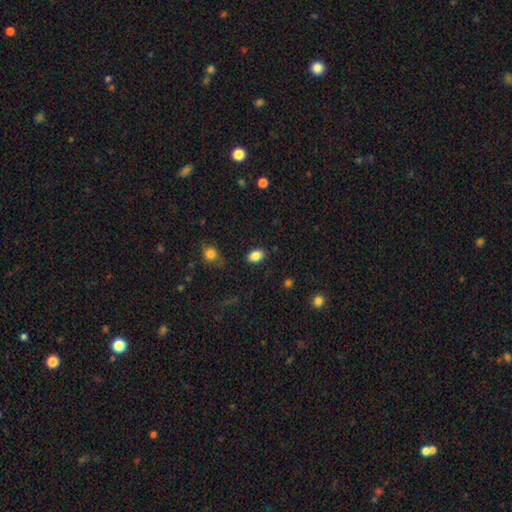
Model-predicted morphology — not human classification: Smooth or featured?
  - smooth: 85% *
  - star or artifact: 9%
  - featured or disk: 6%
How rounded?
  - in between: 81% *
  - round: 18%
  - cigar-shaped: 1%
Merging?
  - none: 86% *
  - minor disturbance: 10%
  - major disturbance: 3%
  - merger: 2%